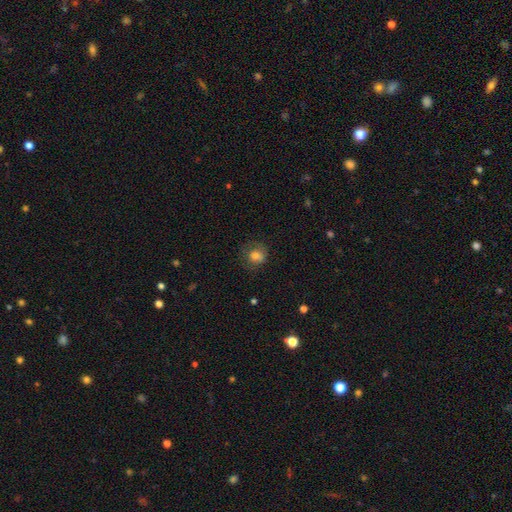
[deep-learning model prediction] This is likely a smooth galaxy (72%). How rounded: likely round (73%). Merging: likely none (62%).